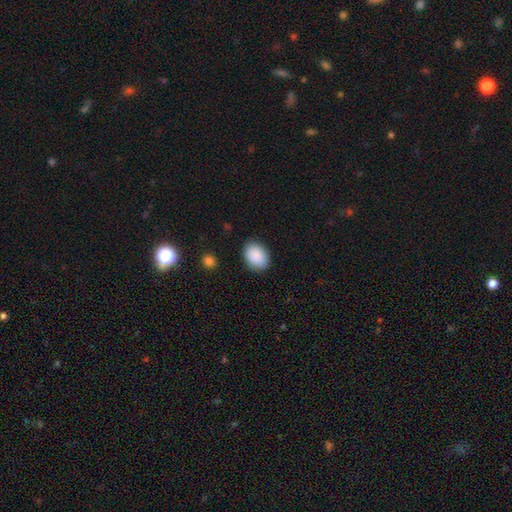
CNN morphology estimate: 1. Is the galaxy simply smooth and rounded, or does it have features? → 90% smooth, 7% star or artifact, 3% featured or disk.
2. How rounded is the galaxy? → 76% in between, 23% round, 1% cigar-shaped.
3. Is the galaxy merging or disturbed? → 86% none, 10% minor disturbance, 3% major disturbance, 1% merger.